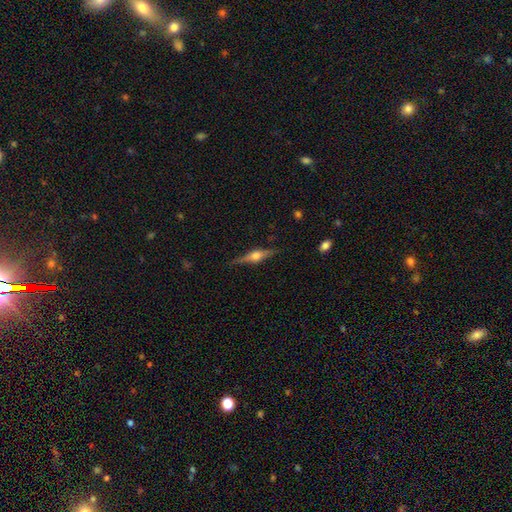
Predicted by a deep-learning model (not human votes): Smooth or featured?
  - featured or disk: 76% *
  - smooth: 17%
  - star or artifact: 7%
Edge-on disk?
  - yes: 97% *
  - no: 3%
Edge-on bulge?
  - rounded: 92% *
  - boxy: 6%
  - none: 2%
Merging?
  - none: 86% *
  - minor disturbance: 11%
  - major disturbance: 2%
  - merger: 1%